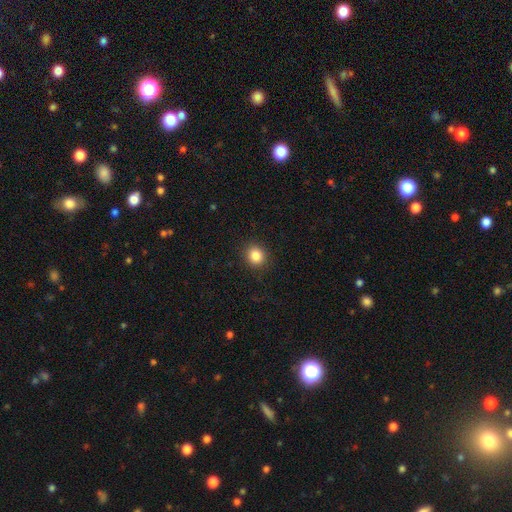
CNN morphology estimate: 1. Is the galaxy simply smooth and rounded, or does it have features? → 85% smooth, 11% star or artifact, 5% featured or disk.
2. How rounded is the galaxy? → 84% round, 16% in between, 1% cigar-shaped.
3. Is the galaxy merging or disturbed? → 90% none, 6% minor disturbance, 2% major disturbance, 1% merger.